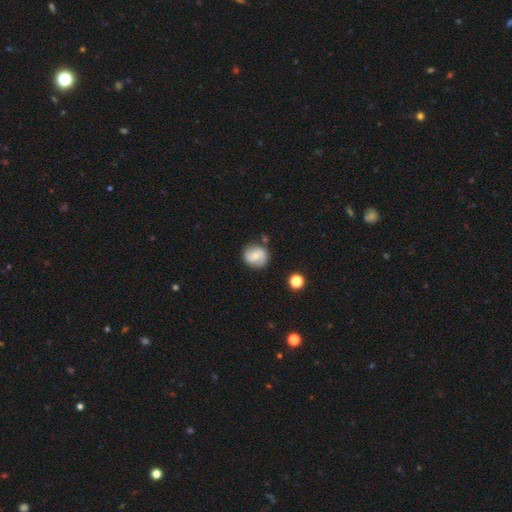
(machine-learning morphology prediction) Smooth or featured?
  - featured or disk: 48% *
  - smooth: 44%
  - star or artifact: 8%
Merging?
  - none: 78% *
  - minor disturbance: 15%
  - major disturbance: 4%
  - merger: 4%